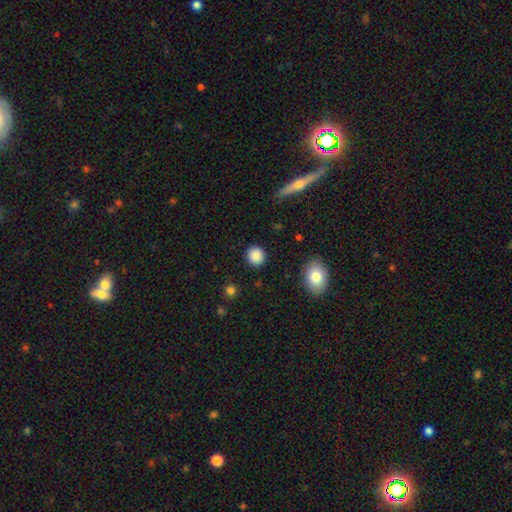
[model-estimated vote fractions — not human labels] Smooth or featured?
  - smooth: 88% *
  - star or artifact: 9%
  - featured or disk: 3%
How rounded?
  - round: 84% *
  - in between: 15%
  - cigar-shaped: 1%
Merging?
  - none: 90% *
  - minor disturbance: 6%
  - major disturbance: 2%
  - merger: 1%